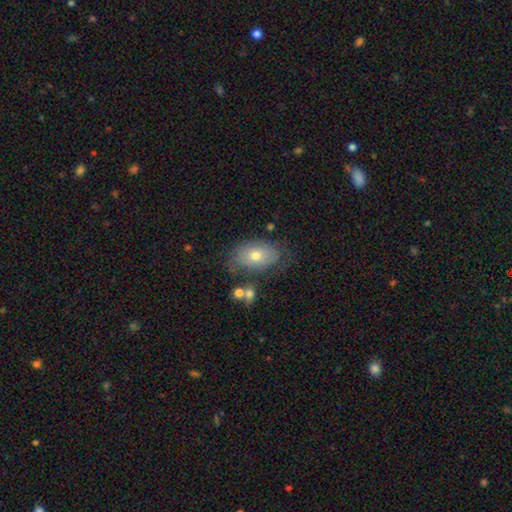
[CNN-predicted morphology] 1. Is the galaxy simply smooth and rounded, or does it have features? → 62% smooth, 29% featured or disk, 9% star or artifact.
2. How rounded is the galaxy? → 87% in between, 12% round, 1% cigar-shaped.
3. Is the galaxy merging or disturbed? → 57% none, 24% minor disturbance, 12% major disturbance, 6% merger.